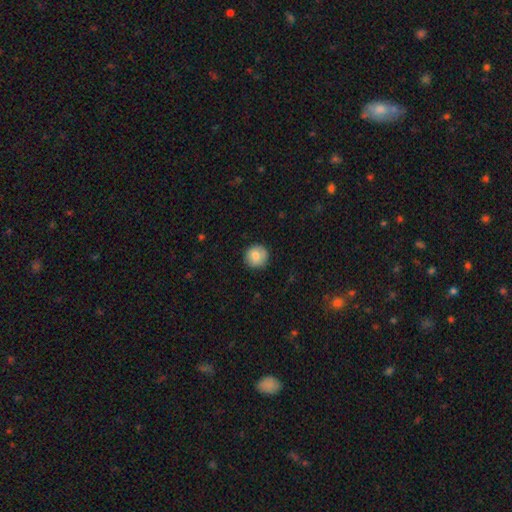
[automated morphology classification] Smooth or featured? Predicted: smooth (p=0.81). How rounded? Predicted: round (p=0.94). Merging? Predicted: none (p=0.89).